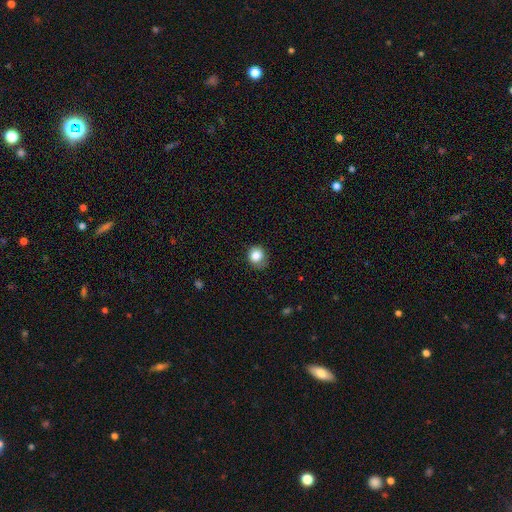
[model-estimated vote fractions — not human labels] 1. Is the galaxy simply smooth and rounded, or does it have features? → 84% smooth, 10% star or artifact, 6% featured or disk.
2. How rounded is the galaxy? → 81% round, 19% in between, 1% cigar-shaped.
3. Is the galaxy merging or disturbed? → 73% none, 21% minor disturbance, 5% major disturbance, 1% merger.